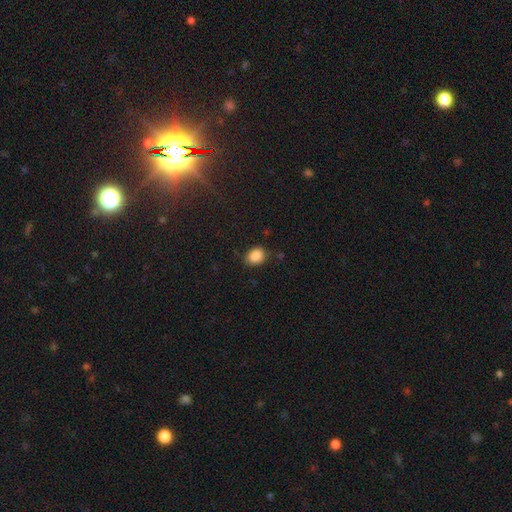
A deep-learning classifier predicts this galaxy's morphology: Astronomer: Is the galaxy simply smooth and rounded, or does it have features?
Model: smooth — 88%.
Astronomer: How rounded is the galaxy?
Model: in between — 59% (runner-up: round, 40%).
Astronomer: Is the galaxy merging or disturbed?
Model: none — 78%.